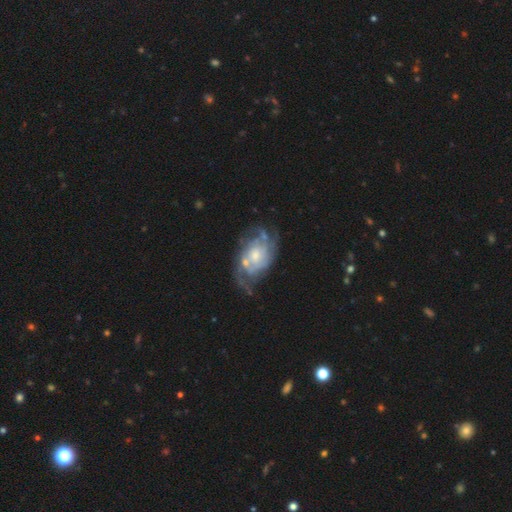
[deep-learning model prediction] This is clearly a featured or disk galaxy (81%). It is clearly not viewed edge-on (97%). Bar: likely no (74%). Spiral arm pattern: clearly yes (86%). Spiral arm count: marginally can't tell (39%). Spiral winding: marginally tight (43%). Central bulge: marginally moderate (45%). Merging: possibly none (53%).